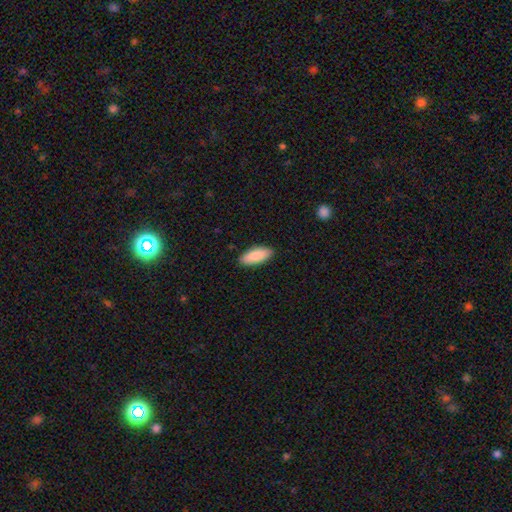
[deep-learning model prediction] Smooth or featured: smooth — 87% (featured or disk — 7%)
How rounded: in between — 78% (cigar-shaped — 20%)
Merging: none — 89% (minor disturbance — 8%)